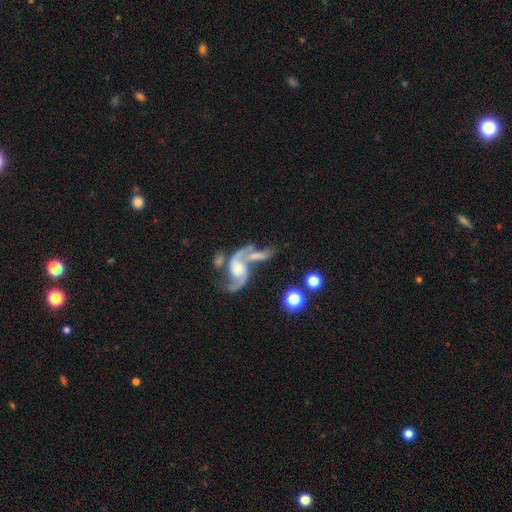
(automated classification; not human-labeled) Smooth or featured: featured or disk — 78% (smooth — 14%)
Edge-on disk: no — 95% (yes — 5%)
Bar: no — 56% (weak — 34%)
Spiral arms: yes — 92% (no — 8%)
Spiral winding: loose — 70% (medium — 24%)
Spiral arm count: 2 — 89% (1 — 5%)
Bulge size: moderate — 41% (small — 35%)
Merging: merger — 54% (none — 23%)